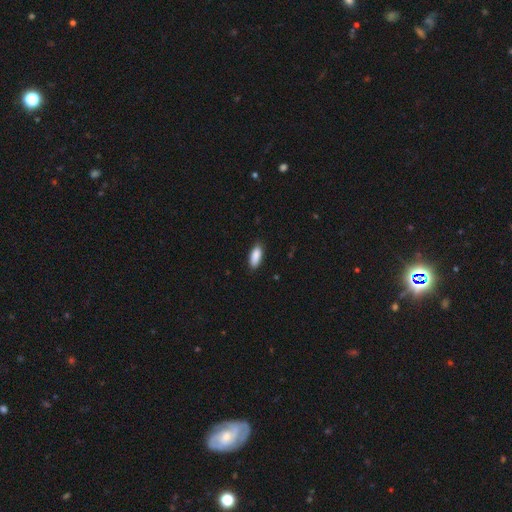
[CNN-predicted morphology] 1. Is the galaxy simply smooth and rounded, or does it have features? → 89% smooth, 6% star or artifact, 4% featured or disk.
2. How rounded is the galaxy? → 82% in between, 16% cigar-shaped, 2% round.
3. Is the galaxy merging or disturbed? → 86% none, 11% minor disturbance, 2% major disturbance, 1% merger.